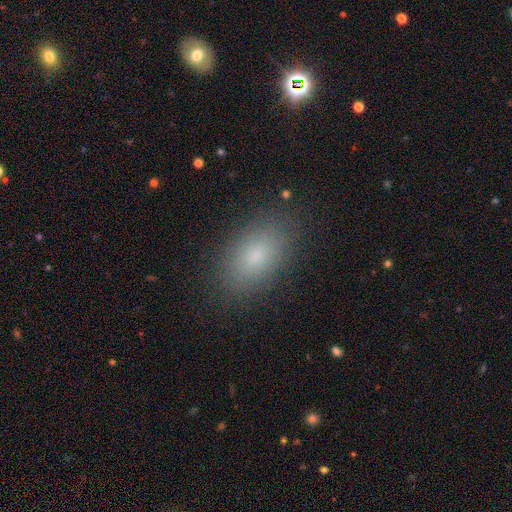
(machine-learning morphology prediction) smooth 80%, star or artifact 11%, featured or disk 10%. Down the decision tree: how rounded — in between (91%); merging — none (86%).